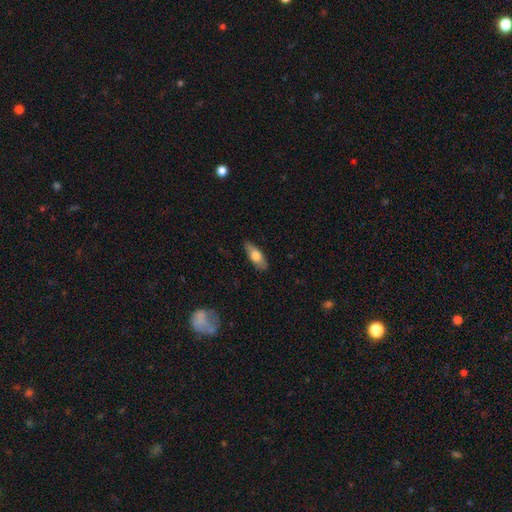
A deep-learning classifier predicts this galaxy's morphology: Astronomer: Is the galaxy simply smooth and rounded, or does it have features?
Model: smooth — 65%.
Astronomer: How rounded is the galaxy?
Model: in between — 72%.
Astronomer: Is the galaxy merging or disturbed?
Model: none — 86%.